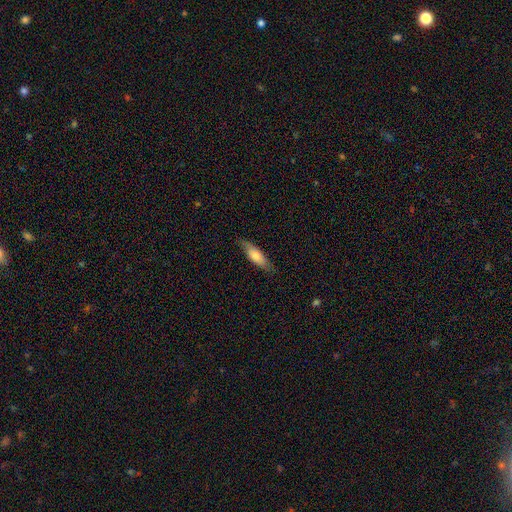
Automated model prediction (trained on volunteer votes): The model was most divided on "how rounded": cigar-shaped: 51%, in between: 47%, round: 2%. More confident: merging — none (79%); smooth or featured — smooth (72%).